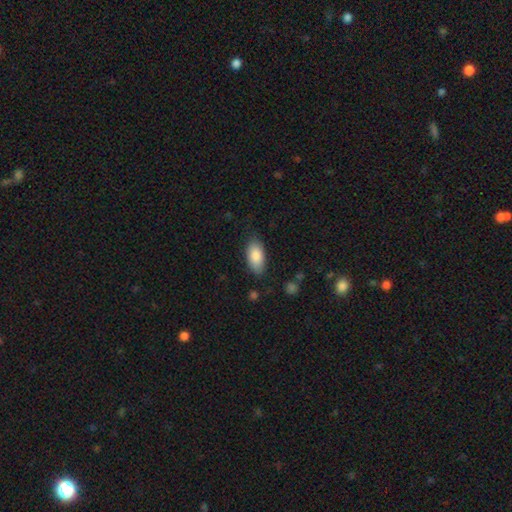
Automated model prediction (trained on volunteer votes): Smooth or featured: smooth — 86% (featured or disk — 8%)
How rounded: in between — 92% (cigar-shaped — 5%)
Merging: none — 81% (minor disturbance — 14%)